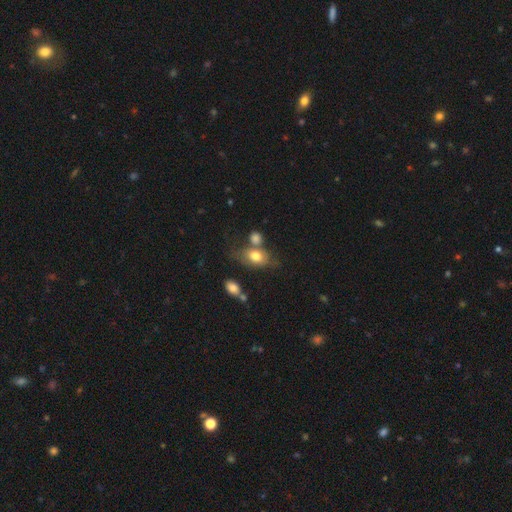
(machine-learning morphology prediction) smooth_or_featured: smooth (p=0.76) [alt: featured or disk p=0.15]
how_rounded: in between (p=0.76) [alt: round p=0.22]
merging: none (p=0.49) [alt: merger p=0.25]